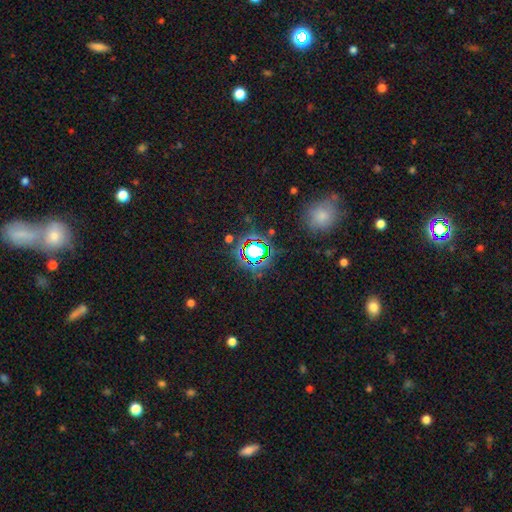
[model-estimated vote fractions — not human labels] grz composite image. It shows a star or artifact, not a galaxy (71%).